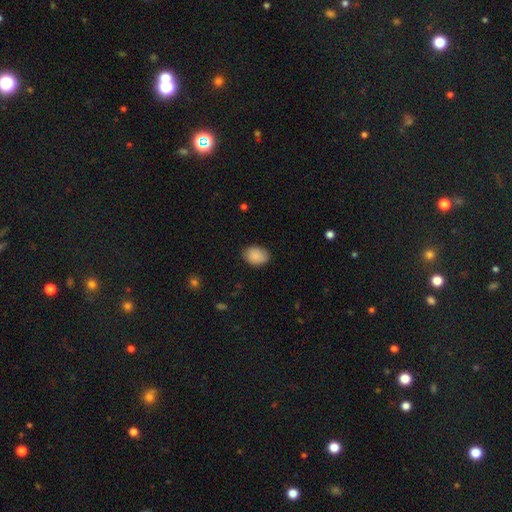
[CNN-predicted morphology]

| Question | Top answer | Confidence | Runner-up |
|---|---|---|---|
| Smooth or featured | smooth | 87% | star or artifact (7%) |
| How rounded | in between | 72% | round (27%) |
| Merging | none | 81% | minor disturbance (15%) |